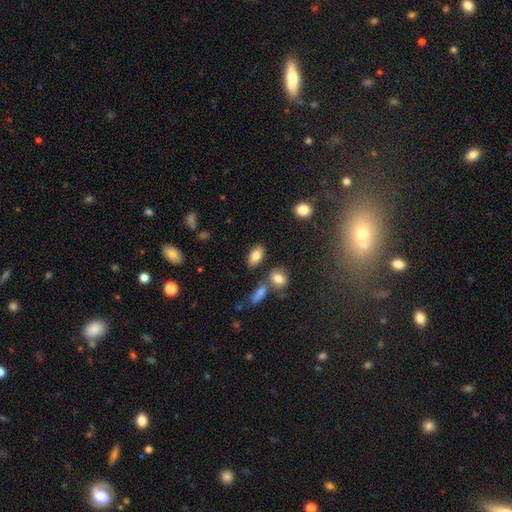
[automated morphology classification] Smooth or featured: smooth — 82% (featured or disk — 10%)
How rounded: in between — 90% (round — 6%)
Merging: none — 80% (minor disturbance — 10%)